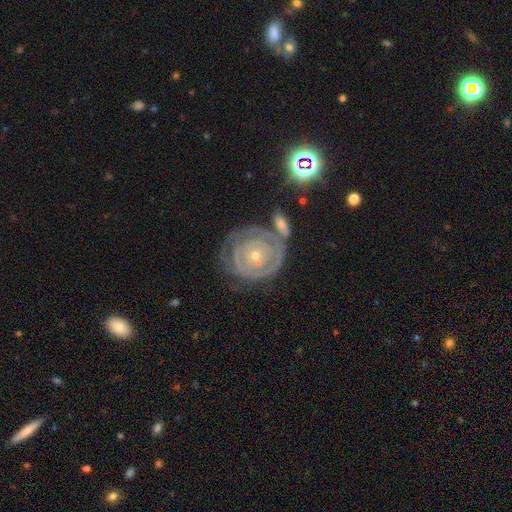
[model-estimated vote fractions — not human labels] Smooth or featured? featured or disk (83%)
Edge-on disk? no (97%)
Bar? no (82%)
Spiral arms? yes (87%)
Spiral winding? tight (85%)
Spiral arm count? can't tell (39%)
Bulge size? small (77%)
Merging? none (58%)